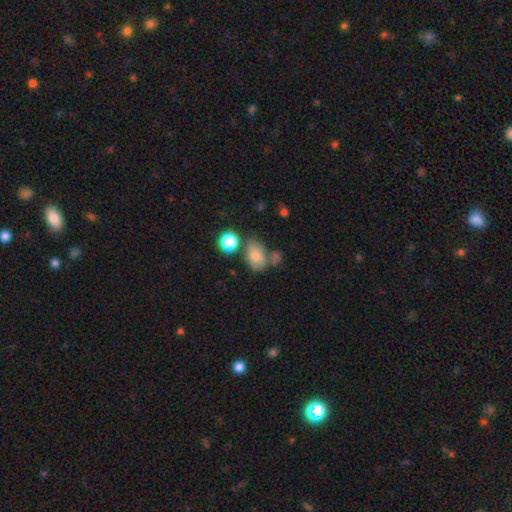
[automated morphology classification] Smooth or featured?
  - smooth: 76% *
  - featured or disk: 13%
  - star or artifact: 11%
How rounded?
  - in between: 78% *
  - round: 20%
  - cigar-shaped: 1%
Merging?
  - none: 48% *
  - merger: 22%
  - minor disturbance: 21%
  - major disturbance: 9%